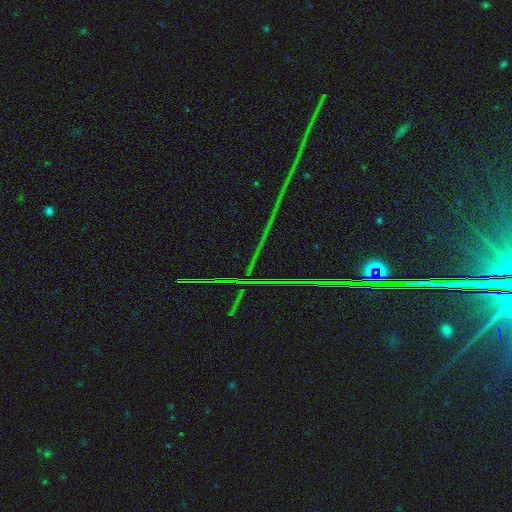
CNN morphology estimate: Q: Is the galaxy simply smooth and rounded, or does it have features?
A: star or artifact — 88%.